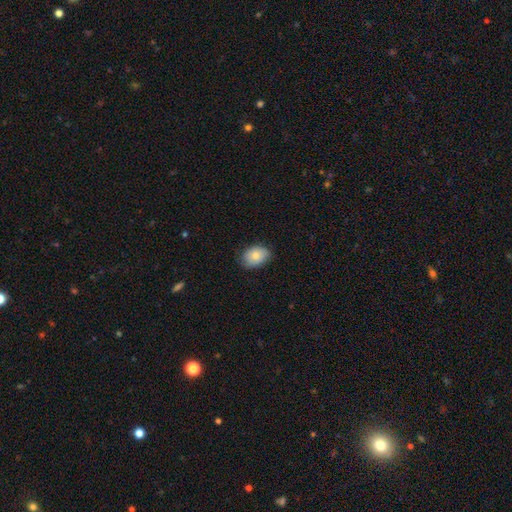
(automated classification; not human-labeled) The model was most divided on "how rounded": in between: 76%, round: 23%, cigar-shaped: 1%. More confident: smooth or featured — smooth (79%); merging — none (75%).